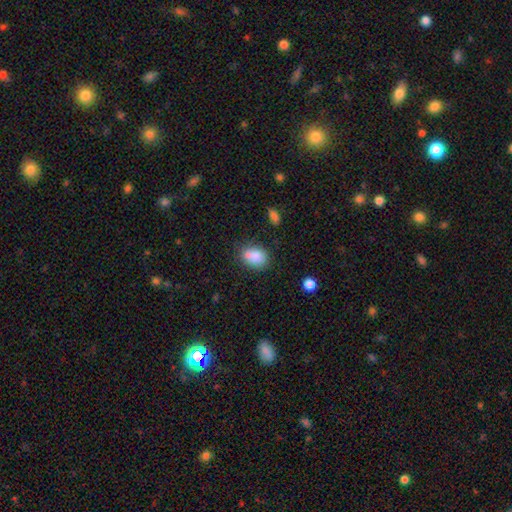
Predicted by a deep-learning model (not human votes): A smooth galaxy with no disk features (80%) that is in between round and cigar-shaped (68%).

Vote fractions:
- Smooth or featured? smooth: 80% / featured or disk: 11% / star or artifact: 9%
- How rounded? in between: 68% / round: 30% / cigar-shaped: 1%
- Merging? none: 54% / merger: 25% / minor disturbance: 17% / major disturbance: 5%